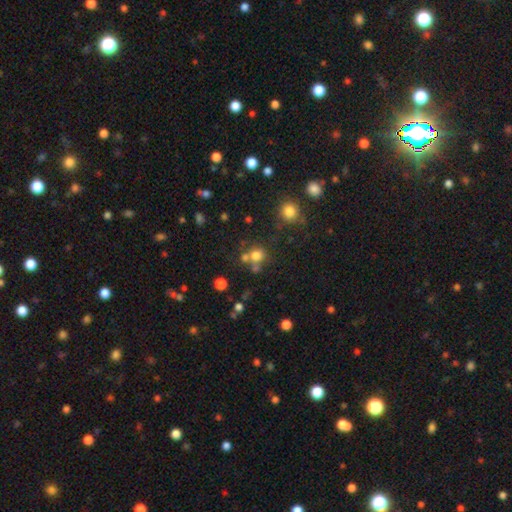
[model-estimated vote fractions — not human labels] A smooth galaxy with no disk features (73%) that is round (84%). Merging: none (56%).